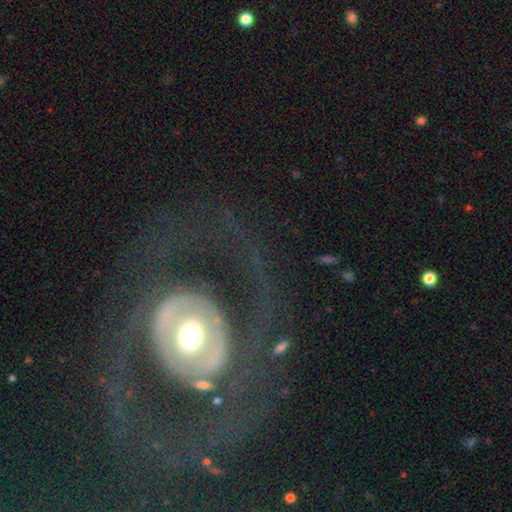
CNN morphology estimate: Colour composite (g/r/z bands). It shows a featured or disk galaxy (72%) with no bar (64%), no spiral arms (57%) and a moderate central bulge (63%). Merging: none (67%).